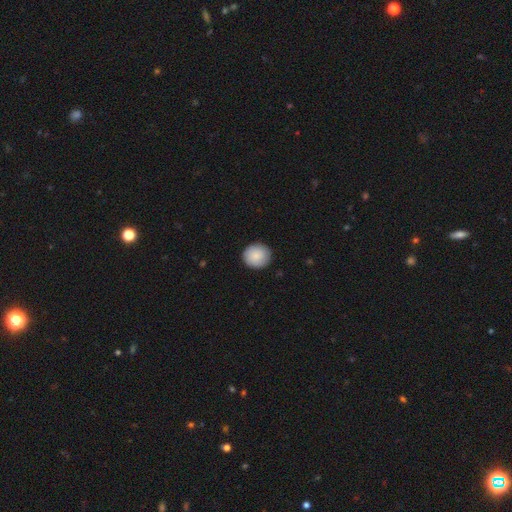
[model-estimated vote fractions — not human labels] A smooth galaxy with no disk features (87%) that is round (88%).

Vote fractions:
- Smooth or featured? smooth: 87% / featured or disk: 7% / star or artifact: 6%
- How rounded? round: 88% / in between: 11% / cigar-shaped: 1%
- Merging? none: 90% / minor disturbance: 8% / major disturbance: 2% / merger: 1%